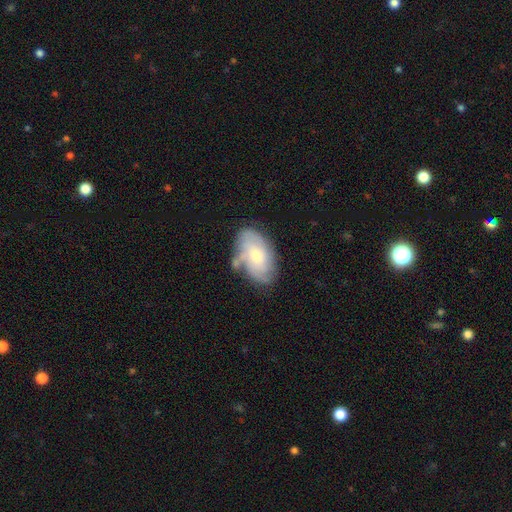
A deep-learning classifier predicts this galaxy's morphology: type=featured or disk (58%); edge-on=no (94%); bar=no (75%); spiral arms=yes (81%); bulge=moderate (50%); merging=none (60%).